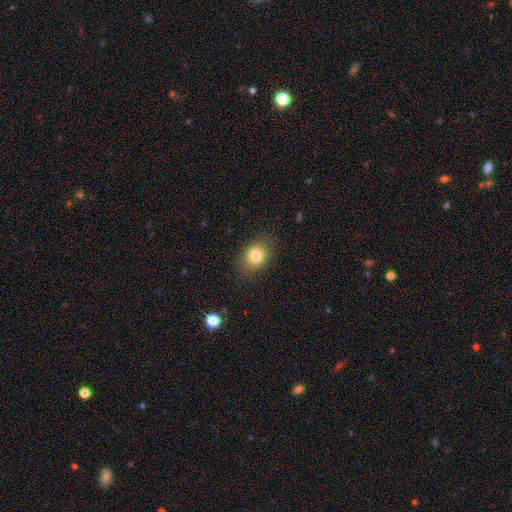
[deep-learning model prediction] Smooth or featured? smooth (81%)
How rounded? in between (55%)
Merging? none (82%)